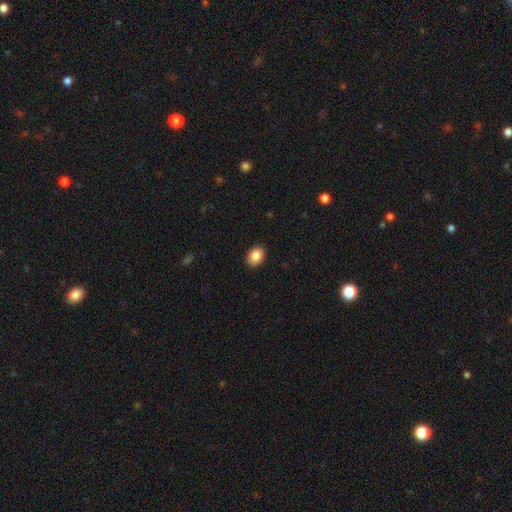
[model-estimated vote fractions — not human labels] Smooth or featured? smooth (87%)
How rounded? in between (76%)
Merging? none (90%)